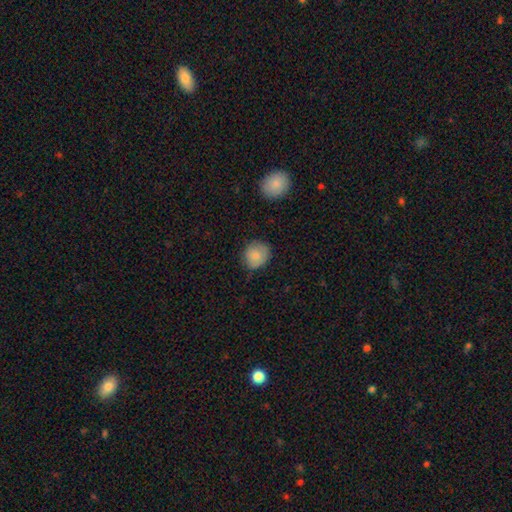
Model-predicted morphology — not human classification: smooth_or_featured: smooth (p=0.82) [alt: featured or disk p=0.10]
how_rounded: round (p=0.83) [alt: in between p=0.16]
merging: none (p=0.73) [alt: minor disturbance p=0.22]